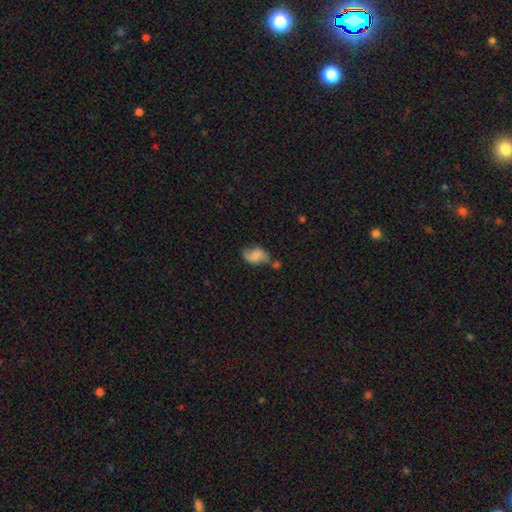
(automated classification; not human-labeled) Q: Smooth or featured?
A: smooth (66%); runner-up: featured or disk (24%)
Q: How rounded?
A: in between (87%); runner-up: round (11%)
Q: Merging?
A: none (39%); runner-up: minor disturbance (30%)